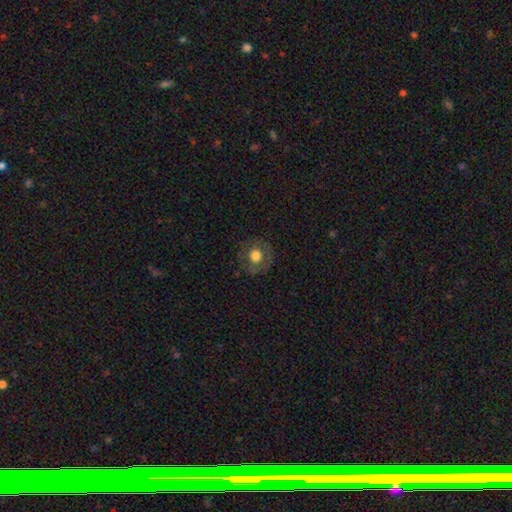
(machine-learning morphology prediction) Smooth or featured?
  - smooth: 61% *
  - featured or disk: 29%
  - star or artifact: 10%
How rounded?
  - round: 87% *
  - in between: 12%
  - cigar-shaped: 1%
Merging?
  - none: 80% *
  - minor disturbance: 13%
  - major disturbance: 6%
  - merger: 1%